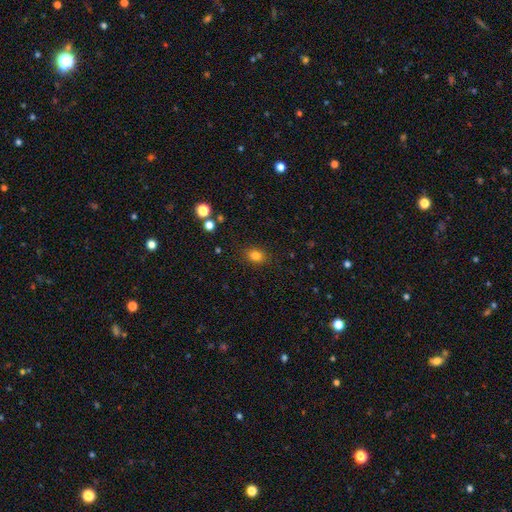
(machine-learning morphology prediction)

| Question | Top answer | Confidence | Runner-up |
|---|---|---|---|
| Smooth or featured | smooth | 82% | star or artifact (12%) |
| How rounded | in between | 56% | round (43%) |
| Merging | none | 86% | minor disturbance (10%) |